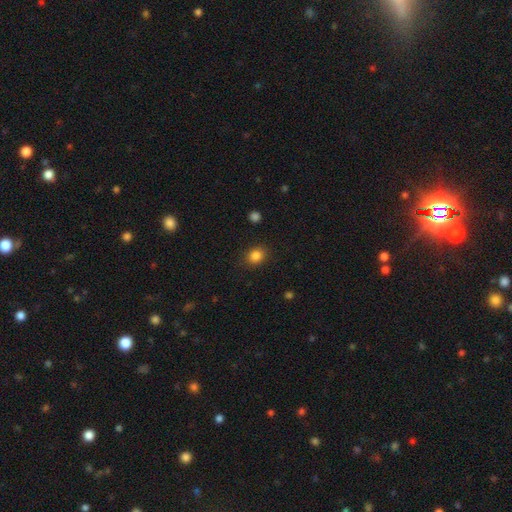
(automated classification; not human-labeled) Smooth or featured?
  - smooth: 85% *
  - star or artifact: 11%
  - featured or disk: 4%
How rounded?
  - round: 64% *
  - in between: 35%
  - cigar-shaped: 1%
Merging?
  - none: 87% *
  - minor disturbance: 8%
  - major disturbance: 3%
  - merger: 1%